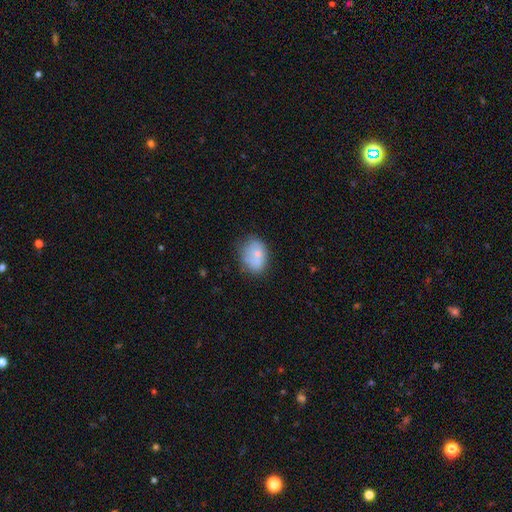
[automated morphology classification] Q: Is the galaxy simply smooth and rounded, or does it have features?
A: smooth — 72%.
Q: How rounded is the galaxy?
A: in between — 71%.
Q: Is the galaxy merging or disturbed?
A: none — 53%.